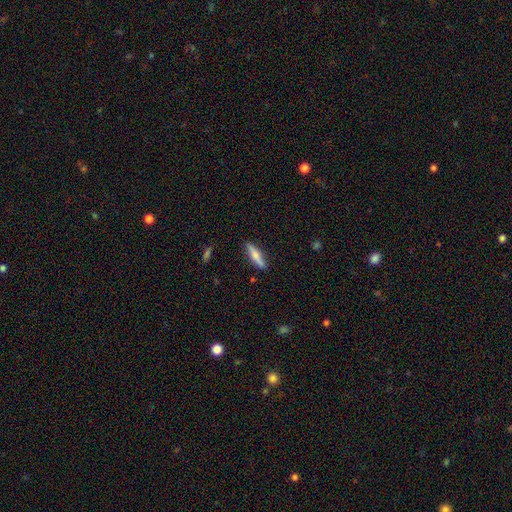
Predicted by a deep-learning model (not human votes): A smooth galaxy with no disk features (64%) that is cigar-shaped (80%). Merging: none (87%).